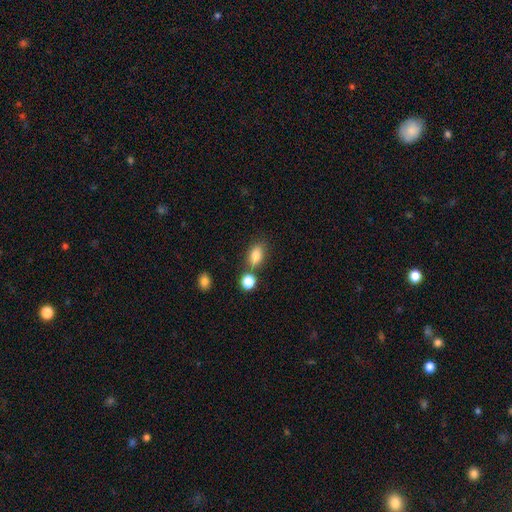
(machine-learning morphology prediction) This appears to be a smooth galaxy with no disk features (82%) that is in between round and cigar-shaped (82%). Merging: none (67%).